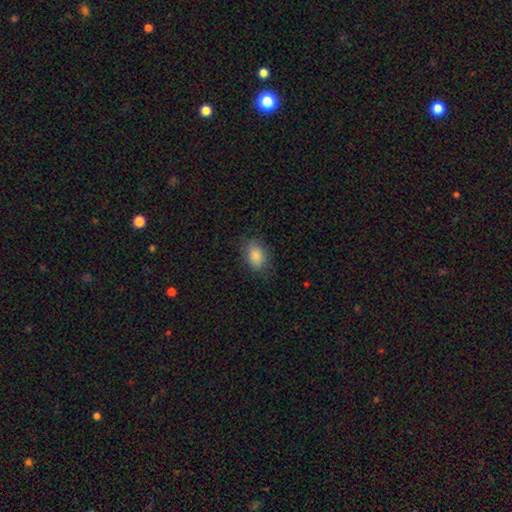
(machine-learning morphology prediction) Overall: smooth (84%). How rounded: in between (82%). Merging: none (80%).